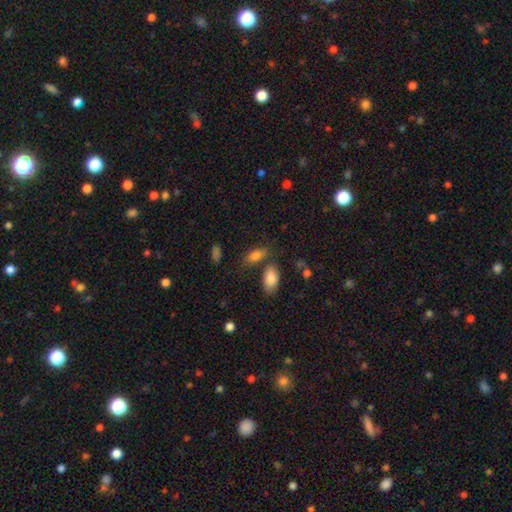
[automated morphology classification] Smooth or featured: smooth — 84% (star or artifact — 9%)
How rounded: in between — 89% (cigar-shaped — 6%)
Merging: none — 60% (merger — 20%)